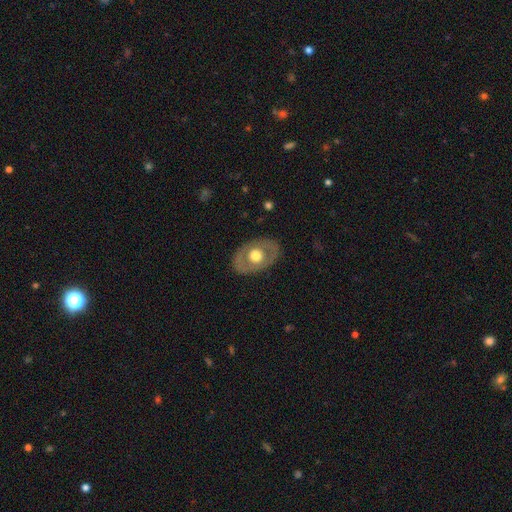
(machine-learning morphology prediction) Overall: featured or disk (54%; smooth 41%). Edge-on disk: no (90%). Merging: none (82%).